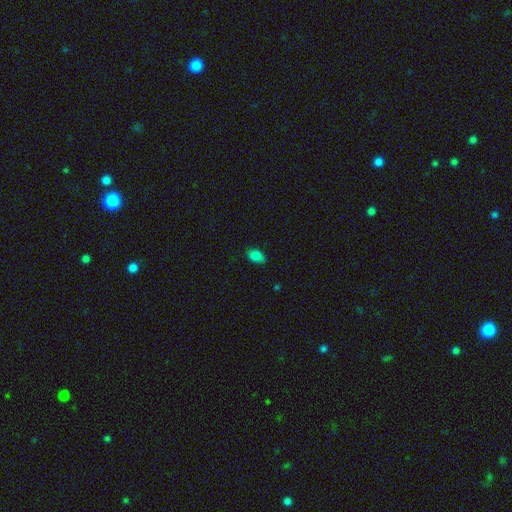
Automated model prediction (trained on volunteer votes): smooth-or-featured: smooth: 85% | star or artifact: 10% | featured or disk: 5%
  how-rounded: in between: 82% | round: 16% | cigar-shaped: 2%
  merging: none: 80% | minor disturbance: 16% | major disturbance: 3% | merger: 1%